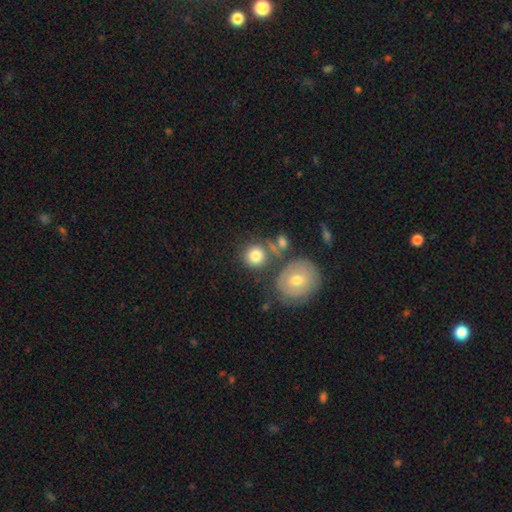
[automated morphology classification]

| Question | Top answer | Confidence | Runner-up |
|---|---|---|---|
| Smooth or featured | smooth | 78% | featured or disk (13%) |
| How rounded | round | 85% | in between (14%) |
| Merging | none | 59% | merger (20%) |